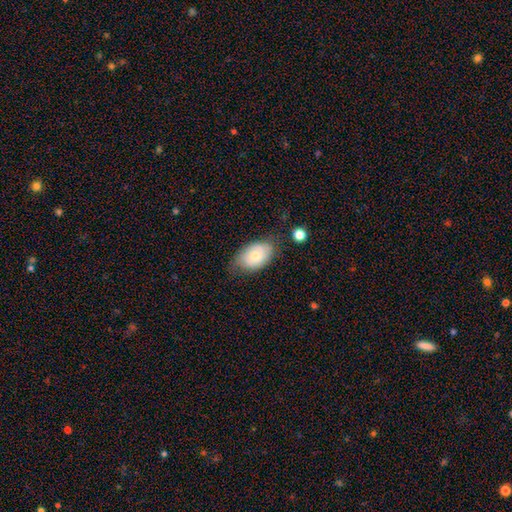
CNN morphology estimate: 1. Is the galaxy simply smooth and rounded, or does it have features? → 67% smooth, 26% featured or disk, 7% star or artifact.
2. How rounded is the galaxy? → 90% in between, 8% round, 1% cigar-shaped.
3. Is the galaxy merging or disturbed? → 66% none, 25% minor disturbance, 6% major disturbance, 3% merger.